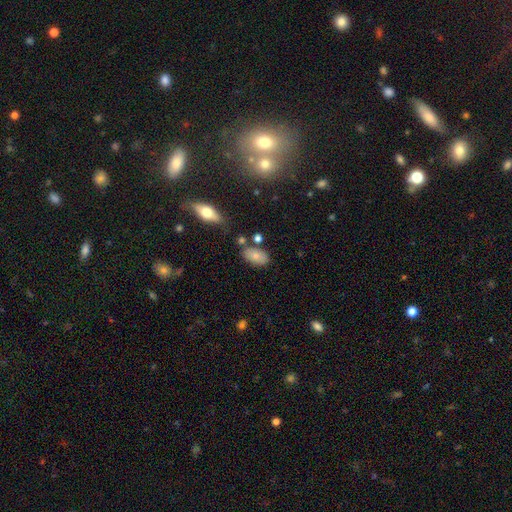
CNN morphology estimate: Overall: smooth (76%). How rounded: in between (91%). Merging: none (69%).